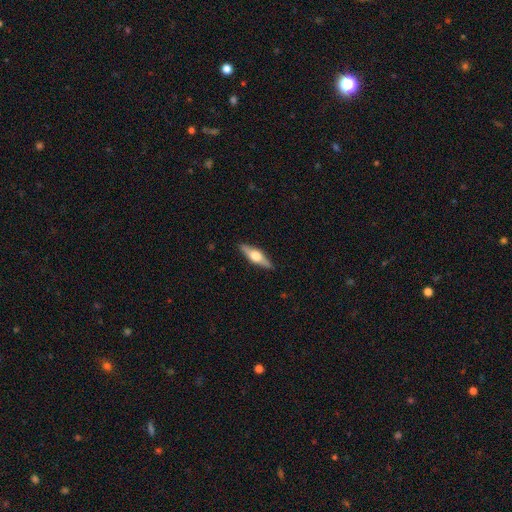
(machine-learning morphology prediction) smooth_or_featured: featured or disk (p=0.59) [alt: smooth p=0.36]
disk_edge_on: yes (p=0.94) [alt: no p=0.06]
edge_on_bulge: rounded (p=0.94) [alt: boxy p=0.04]
merging: none (p=0.89) [alt: minor disturbance p=0.08]